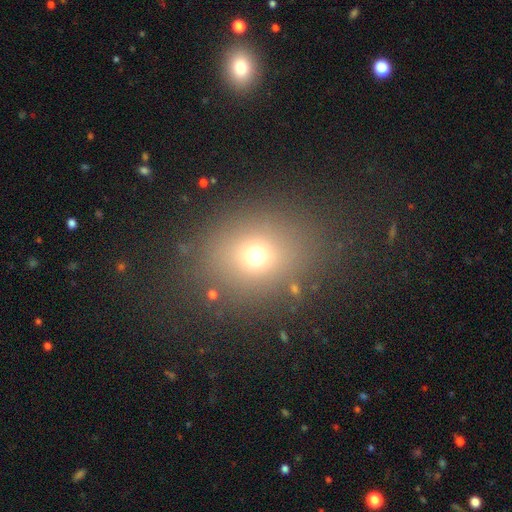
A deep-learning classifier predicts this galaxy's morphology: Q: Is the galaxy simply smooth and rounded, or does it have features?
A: smooth — 68%.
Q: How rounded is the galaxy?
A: round — 60%.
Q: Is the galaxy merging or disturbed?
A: none — 82%.